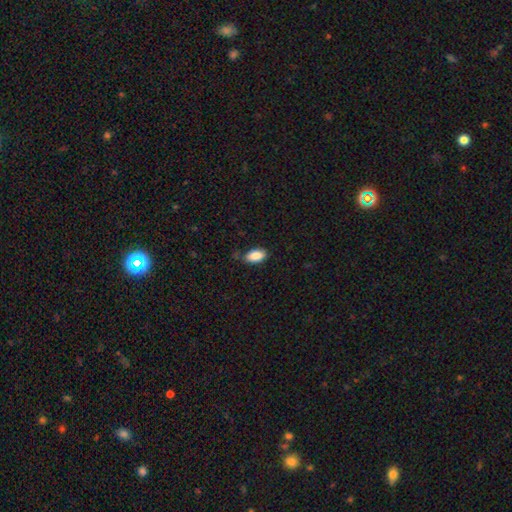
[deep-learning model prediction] smooth 88%, star or artifact 7%, featured or disk 5%. Down the decision tree: how rounded — in between (93%); merging — none (77%).